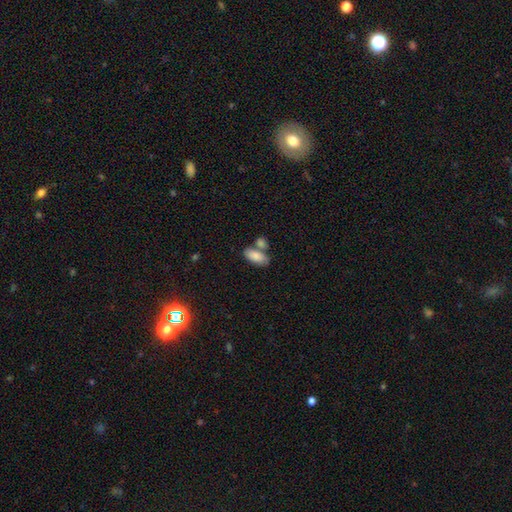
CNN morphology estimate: type=smooth (83%); roundness=in between (92%); merging=none (47%).